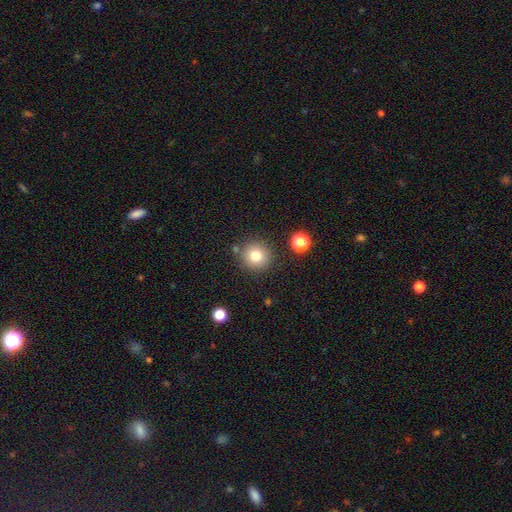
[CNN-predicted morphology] type=smooth (79%); roundness=round (94%); merging=none (84%).